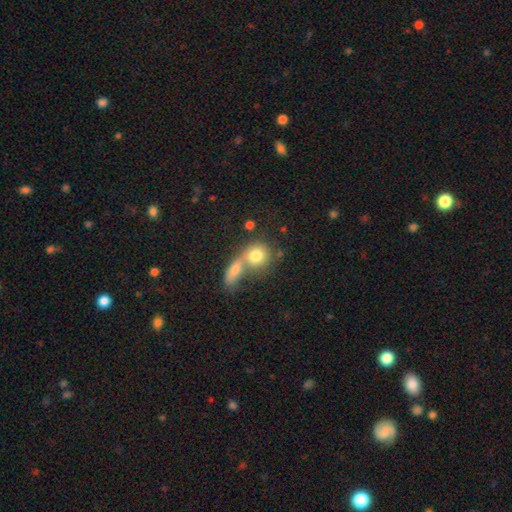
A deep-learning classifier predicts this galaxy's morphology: type=smooth (77%); roundness=round (71%); merging=merger (57%).